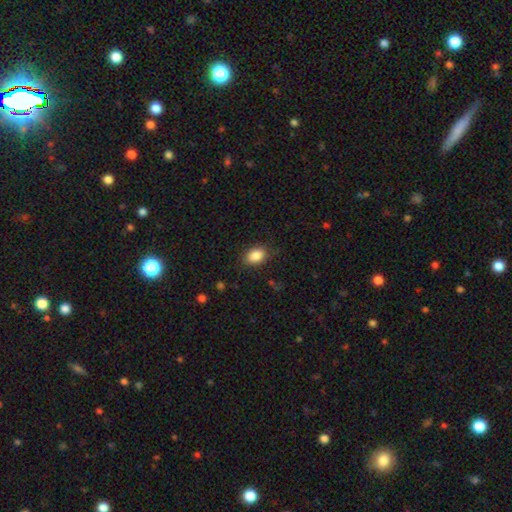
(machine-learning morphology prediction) Smooth or featured? Predicted: smooth (p=0.87). How rounded? Predicted: in between (p=0.77). Merging? Predicted: none (p=0.82).